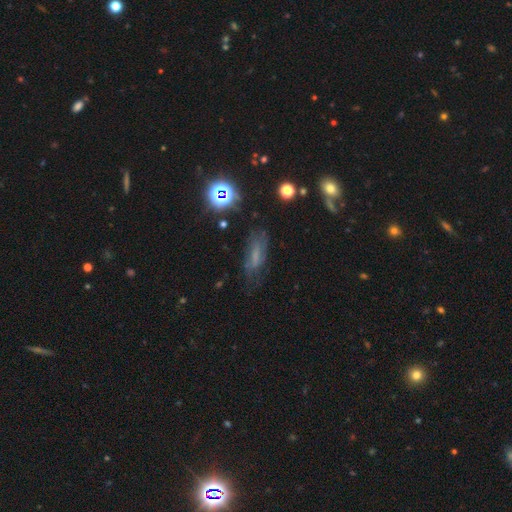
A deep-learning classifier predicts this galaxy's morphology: A smooth galaxy with no disk features (45%). Merging: none (61%).